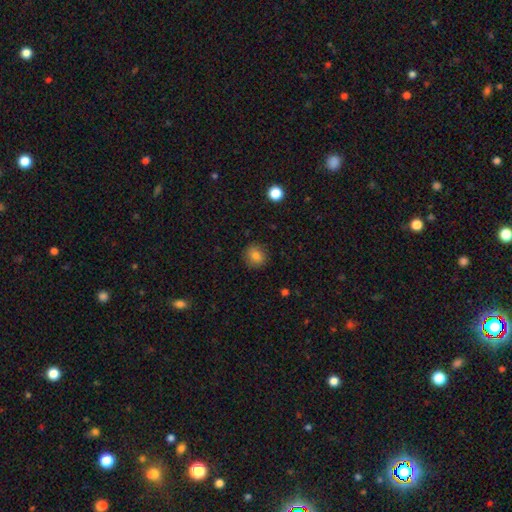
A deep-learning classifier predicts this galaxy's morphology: smooth 81%, star or artifact 11%, featured or disk 8%. Down the decision tree: how rounded — round (82%); merging — none (87%).